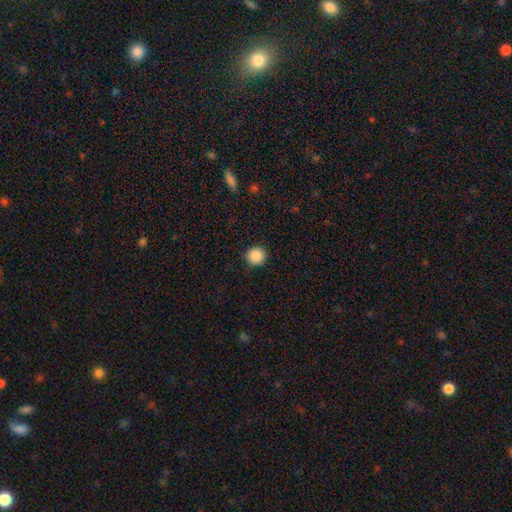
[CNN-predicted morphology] type=smooth (88%); roundness=round (95%); merging=none (92%).